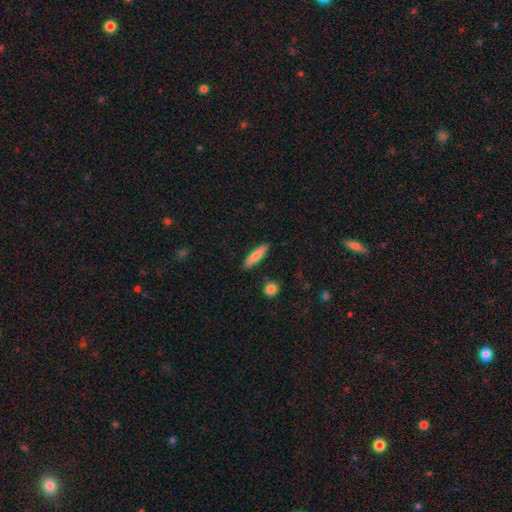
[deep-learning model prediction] The model was most divided on "how rounded": cigar-shaped: 76%, in between: 23%, round: 2%. More confident: merging — none (88%); smooth or featured — smooth (81%).